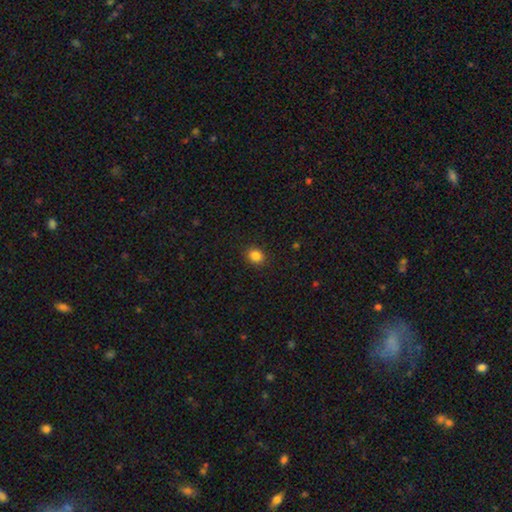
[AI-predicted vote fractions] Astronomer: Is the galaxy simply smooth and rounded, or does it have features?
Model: smooth — 85%.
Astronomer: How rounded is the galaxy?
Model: round — 62%.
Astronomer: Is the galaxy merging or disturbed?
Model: none — 90%.